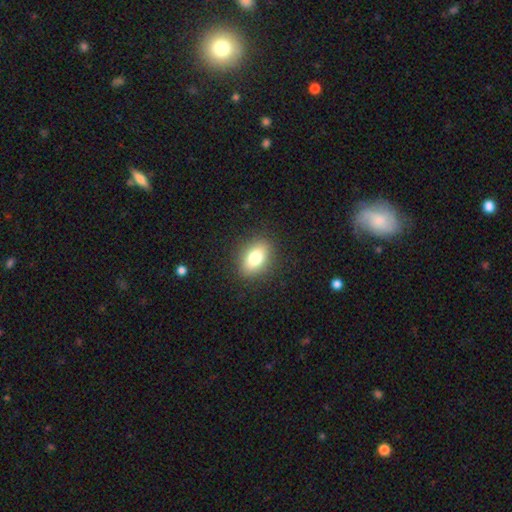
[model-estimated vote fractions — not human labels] This appears to be a smooth galaxy with no disk features (78%) that is in between round and cigar-shaped (80%). Merging: none (89%).